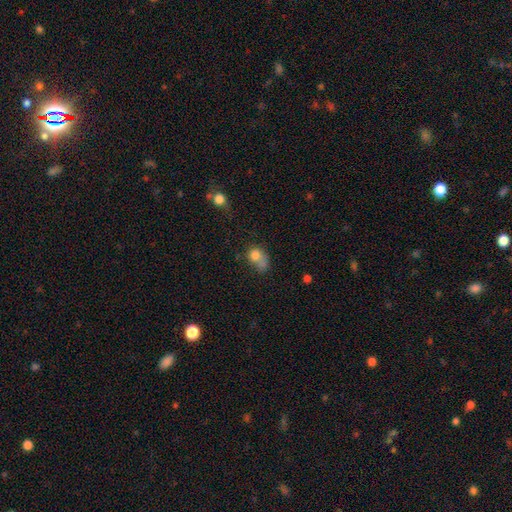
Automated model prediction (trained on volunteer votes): Smooth or featured: smooth — 75% (featured or disk — 14%)
How rounded: round — 52% (in between — 47%)
Merging: none — 28% (tied with merger — 28%)